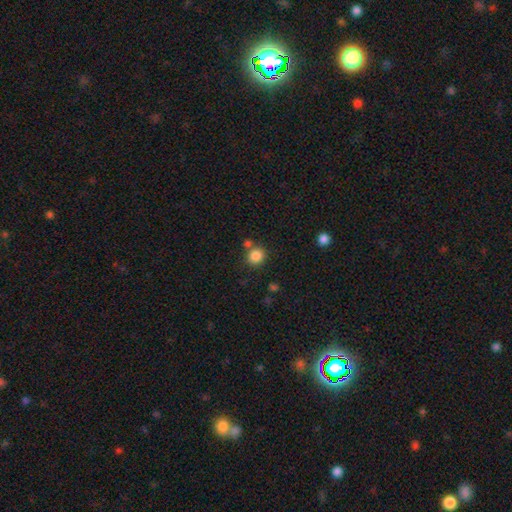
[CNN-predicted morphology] This appears to be a smooth galaxy with no disk features (85%) that is round (84%). Merging: none (74%).